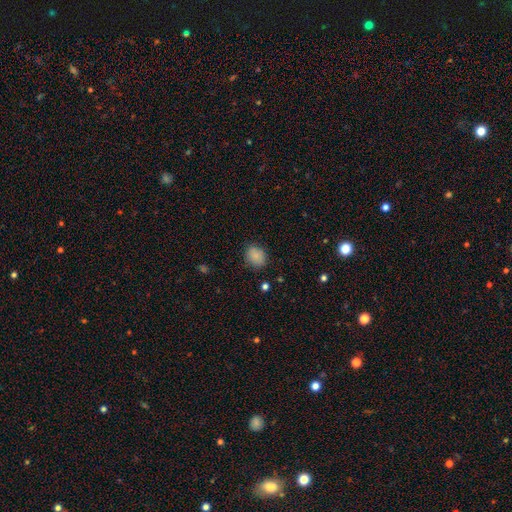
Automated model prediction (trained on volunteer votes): The model was most divided on "how rounded": round: 51%, in between: 48%, cigar-shaped: 1%. More confident: smooth or featured — smooth (87%); merging — none (82%).